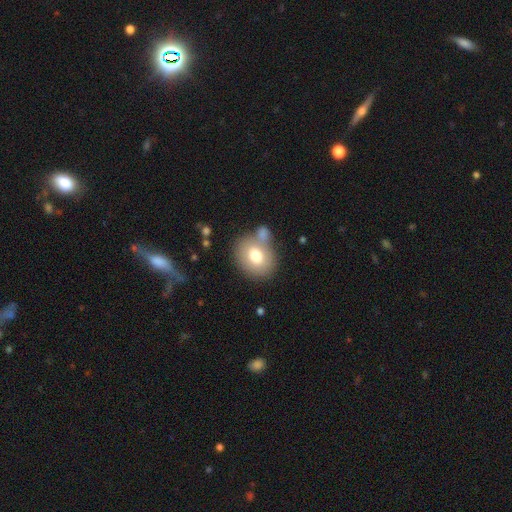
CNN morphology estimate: This appears to be a smooth galaxy with no disk features (74%) that is round (58%). Merging: none (59%).